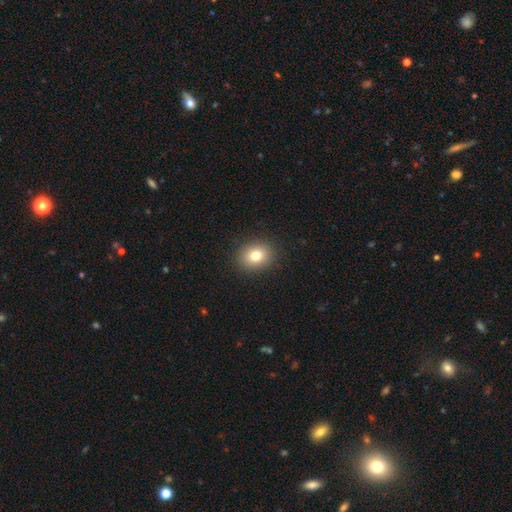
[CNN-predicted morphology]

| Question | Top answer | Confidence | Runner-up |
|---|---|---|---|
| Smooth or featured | smooth | 79% | star or artifact (11%) |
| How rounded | round | 56% | in between (44%) |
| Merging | none | 90% | minor disturbance (6%) |